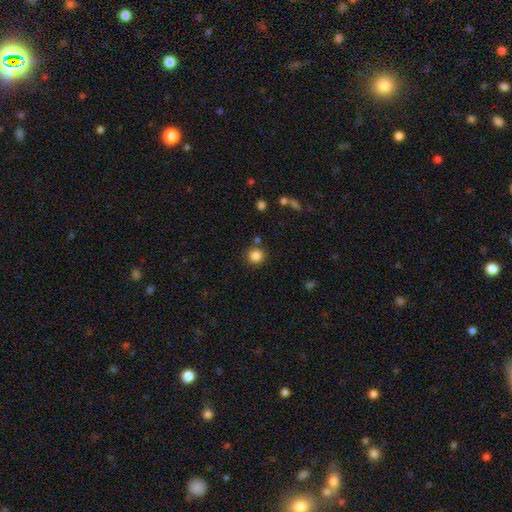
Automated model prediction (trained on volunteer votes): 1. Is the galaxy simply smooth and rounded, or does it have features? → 85% smooth, 11% star or artifact, 4% featured or disk.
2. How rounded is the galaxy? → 93% round, 7% in between, 1% cigar-shaped.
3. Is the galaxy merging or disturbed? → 85% none, 7% minor disturbance, 5% merger, 3% major disturbance.